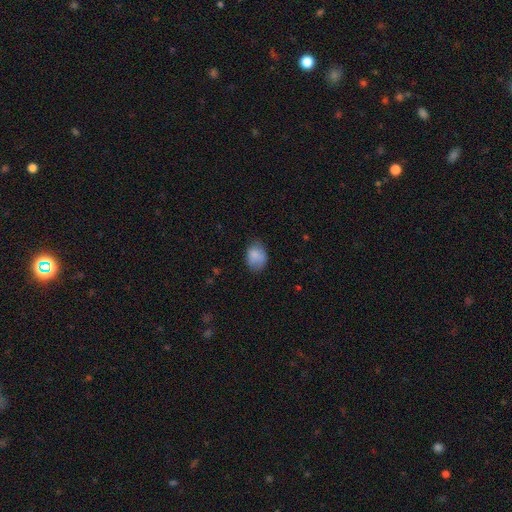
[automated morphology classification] This appears to be a smooth galaxy with no disk features (82%) that is in between round and cigar-shaped (67%). Merging: none (60%).